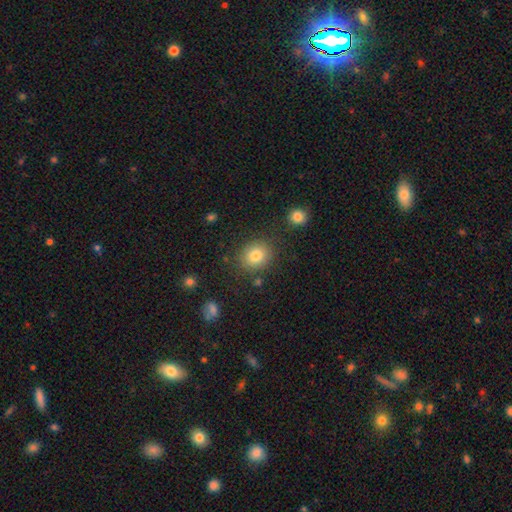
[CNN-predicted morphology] smooth 80%, star or artifact 11%, featured or disk 9%. Down the decision tree: how rounded — round (69%); merging — none (83%).